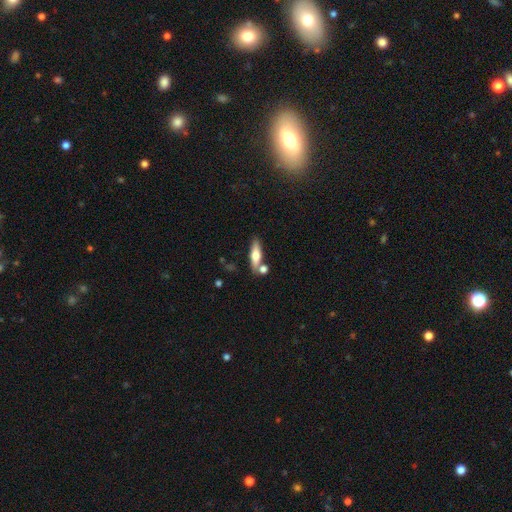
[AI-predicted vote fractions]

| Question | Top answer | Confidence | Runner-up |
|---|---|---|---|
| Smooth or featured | smooth | 57% | featured or disk (36%) |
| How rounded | cigar-shaped | 59% | in between (38%) |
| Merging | none | 67% | merger (16%) |